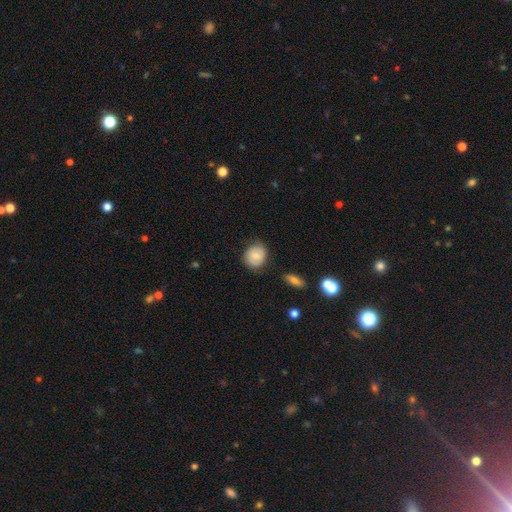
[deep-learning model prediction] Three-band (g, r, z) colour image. It shows a smooth galaxy with no disk features (73%) that is round (65%). Merging: none (73%).